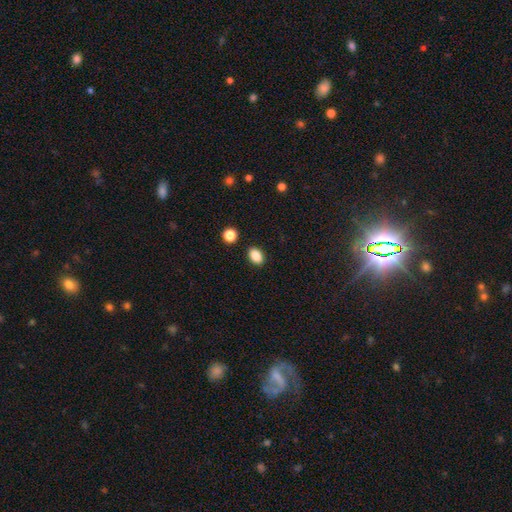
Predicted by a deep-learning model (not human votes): The model was most divided on "how rounded": in between: 80%, round: 18%, cigar-shaped: 1%. More confident: merging — none (89%); smooth or featured — smooth (86%).